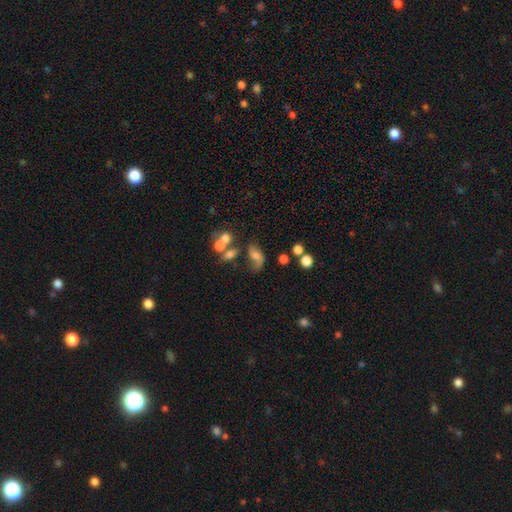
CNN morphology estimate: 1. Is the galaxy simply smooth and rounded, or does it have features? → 46% featured or disk, 40% smooth, 14% star or artifact.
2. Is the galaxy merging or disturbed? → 38% none, 22% minor disturbance, 21% major disturbance, 19% merger.